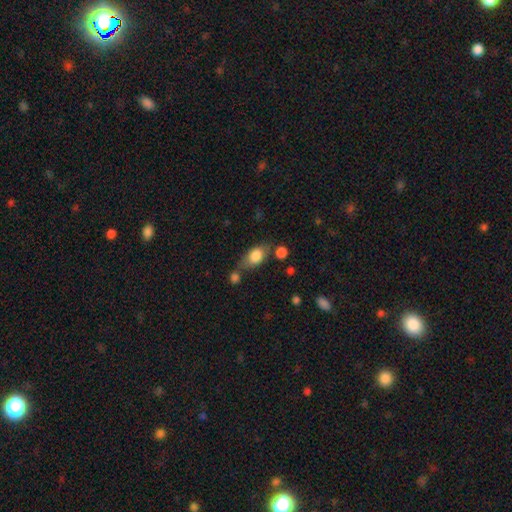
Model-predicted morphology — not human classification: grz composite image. It shows a smooth galaxy with no disk features (82%) that is in between round and cigar-shaped (83%). Merging: none (52%).